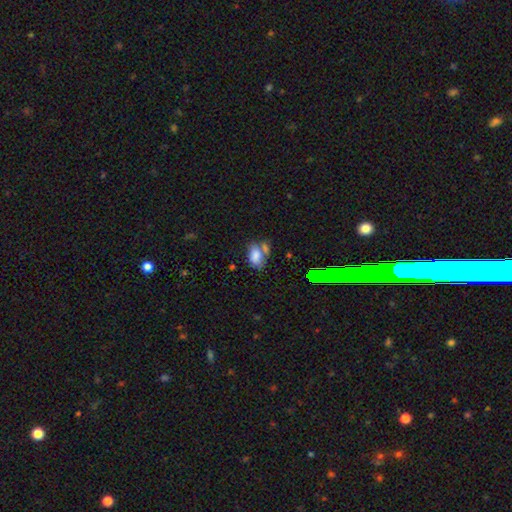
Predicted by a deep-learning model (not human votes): smooth-or-featured: smooth: 77% | featured or disk: 12% | star or artifact: 11%
  how-rounded: in between: 87% | round: 11% | cigar-shaped: 2%
  merging: none: 41% | merger: 32% | minor disturbance: 19% | major disturbance: 8%